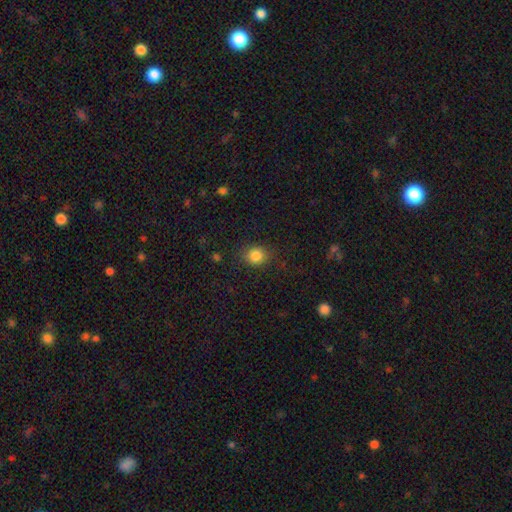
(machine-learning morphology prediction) Overall: smooth (85%). How rounded: round (73%). Merging: none (83%).